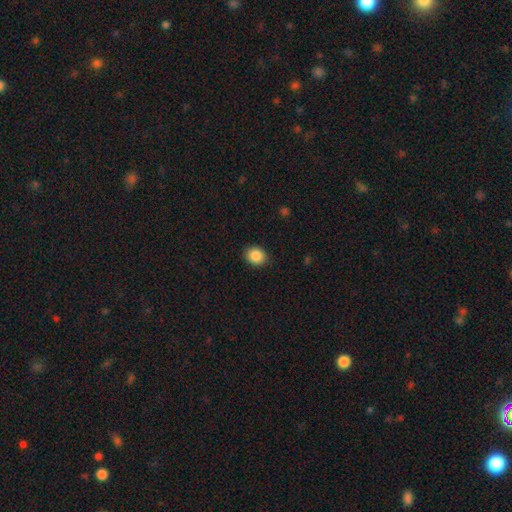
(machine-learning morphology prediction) Smooth or featured?
  - smooth: 88% *
  - star or artifact: 8%
  - featured or disk: 4%
How rounded?
  - round: 62% *
  - in between: 37%
  - cigar-shaped: 1%
Merging?
  - none: 89% *
  - minor disturbance: 8%
  - major disturbance: 2%
  - merger: 1%